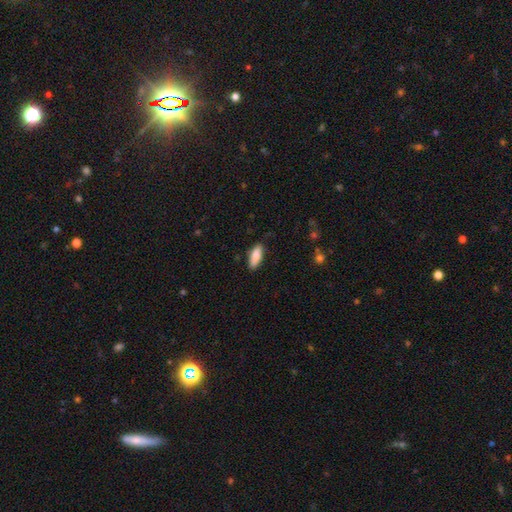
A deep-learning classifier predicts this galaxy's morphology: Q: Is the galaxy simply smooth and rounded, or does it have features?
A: smooth — 85%.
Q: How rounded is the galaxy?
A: in between — 70%.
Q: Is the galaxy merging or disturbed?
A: none — 84%.